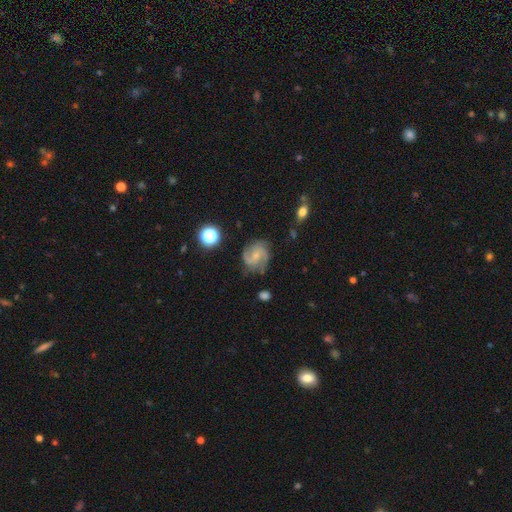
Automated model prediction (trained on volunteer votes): smooth-or-featured: featured or disk: 78% | smooth: 14% | star or artifact: 7%
  disk-edge-on: no: 98% | yes: 2%
    bar: no: 57% | weak: 36% | strong: 7%
    has-spiral-arms: yes: 96% | no: 4%
      spiral-winding: medium: 51% | tight: 30% | loose: 20%
      spiral-arm-count: 2: 53% | 3: 25% | can't tell: 12% | 4: 4% | 1: 3% | more than 4: 3%
    bulge-size: small: 61% | moderate: 31% | none: 5% | large: 1% | dominant: 1%
  merging: none: 72% | minor disturbance: 19% | major disturbance: 7% | merger: 2%